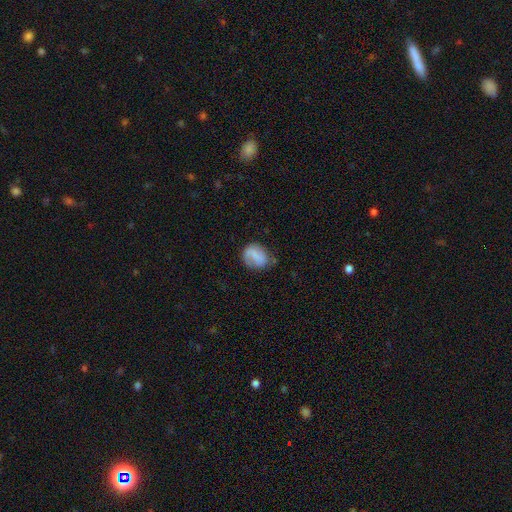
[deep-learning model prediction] Q: Smooth or featured?
A: smooth (58%); runner-up: featured or disk (34%)
Q: How rounded?
A: round (50%); runner-up: in between (48%)
Q: Merging?
A: none (55%); runner-up: minor disturbance (28%)